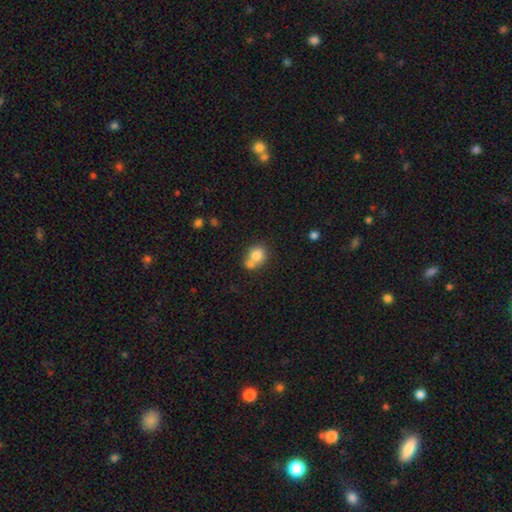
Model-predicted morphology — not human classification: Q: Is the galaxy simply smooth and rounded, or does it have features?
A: smooth — 78%.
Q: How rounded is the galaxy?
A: round — 74%.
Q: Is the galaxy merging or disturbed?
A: merger — 47%.